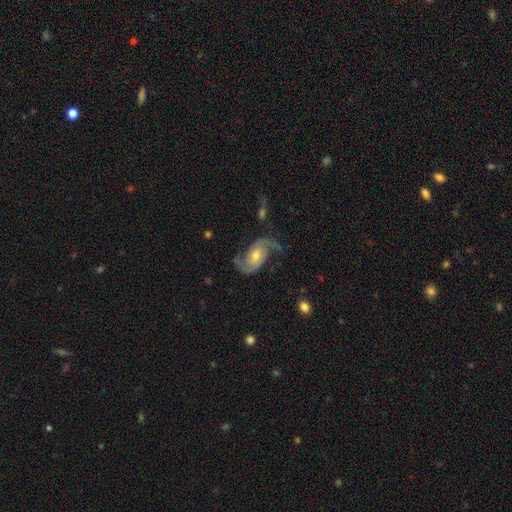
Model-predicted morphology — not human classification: The model was most divided on "spiral winding": medium: 44%, loose: 40%, tight: 15%. More confident: spiral arms — yes (97%); edge-on disk — no (97%); spiral arm count — 2 (93%); smooth or featured — featured or disk (90%); merging — none (73%); bar — no (60%); bulge size — moderate (59%).